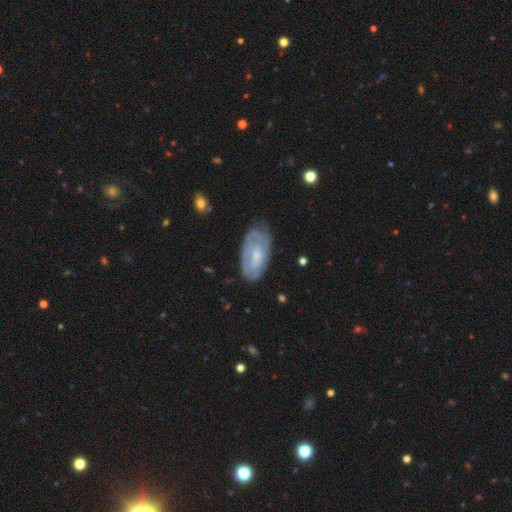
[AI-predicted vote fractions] Morphology: type=featured or disk (60%); edge-on=no (93%); bar=no (63%); spiral arms=yes (66%); bulge=small (51%); merging=none (69%).